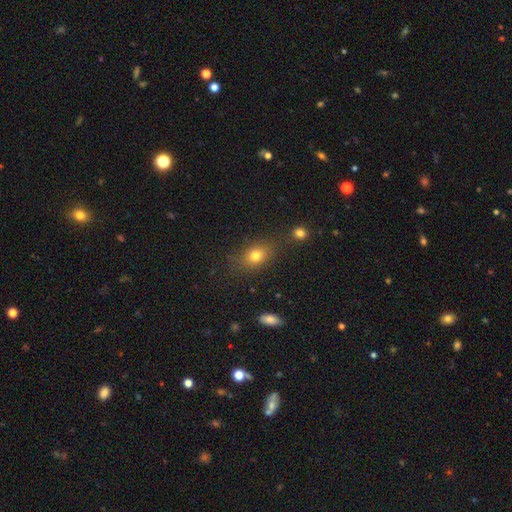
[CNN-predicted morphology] Q: Smooth or featured?
A: smooth (76%); runner-up: star or artifact (14%)
Q: How rounded?
A: in between (67%); runner-up: round (30%)
Q: Merging?
A: none (77%); runner-up: minor disturbance (14%)